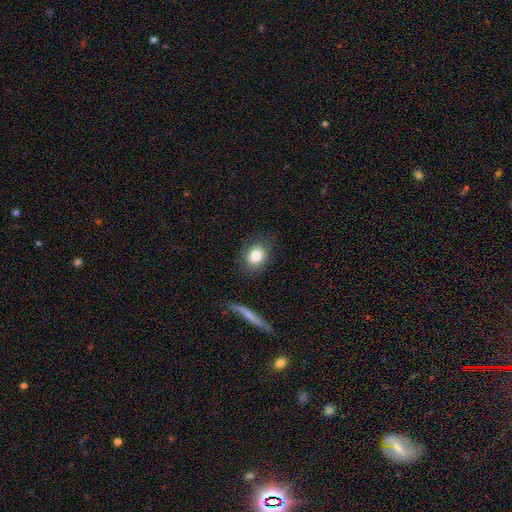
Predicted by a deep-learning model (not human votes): Smooth or featured: smooth — 83% (featured or disk — 9%)
How rounded: round — 56% (in between — 42%)
Merging: none — 81% (minor disturbance — 12%)